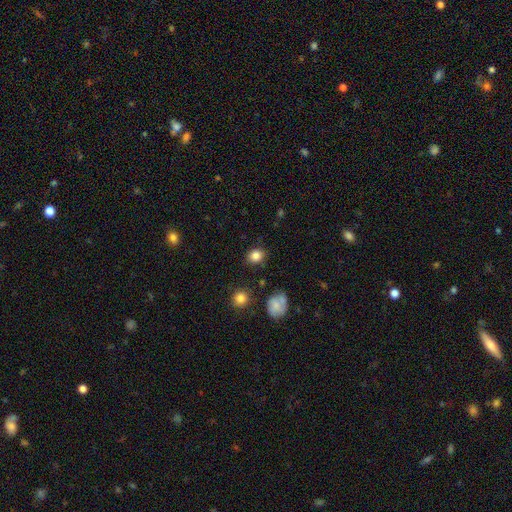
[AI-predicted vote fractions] smooth 85%, star or artifact 11%, featured or disk 5%. Down the decision tree: how rounded — round (63%); merging — none (84%).